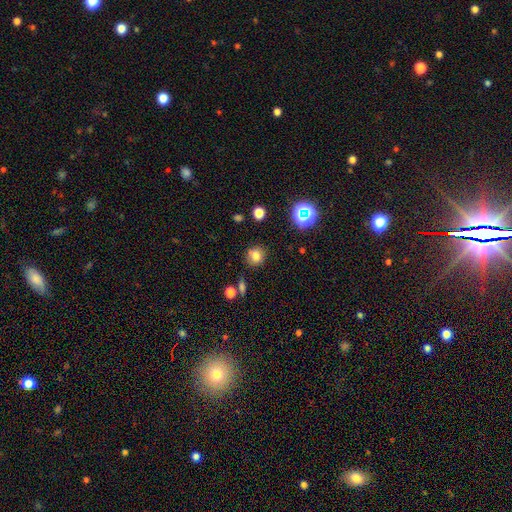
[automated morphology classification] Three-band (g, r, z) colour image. It shows a smooth galaxy with no disk features (76%) that is round (83%). Merging: none (81%).